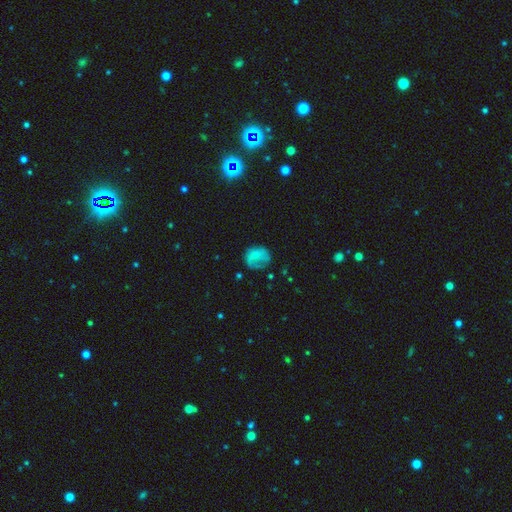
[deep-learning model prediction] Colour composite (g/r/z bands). It shows a smooth galaxy with no disk features (63%) that is round (67%). Merging: none (44%).